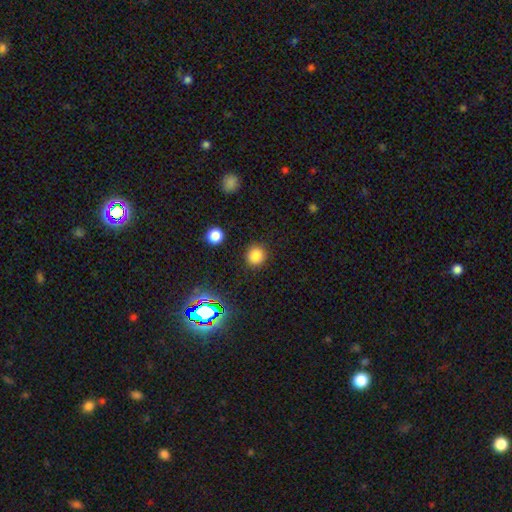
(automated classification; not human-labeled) This appears to be a smooth galaxy with no disk features (80%) that is round (91%). Merging: none (89%).